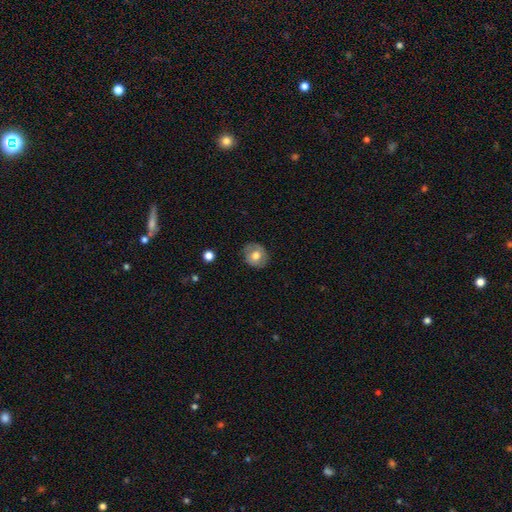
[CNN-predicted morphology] smooth 66%, featured or disk 26%, star or artifact 8%. Down the decision tree: how rounded — round (78%); merging — none (80%).